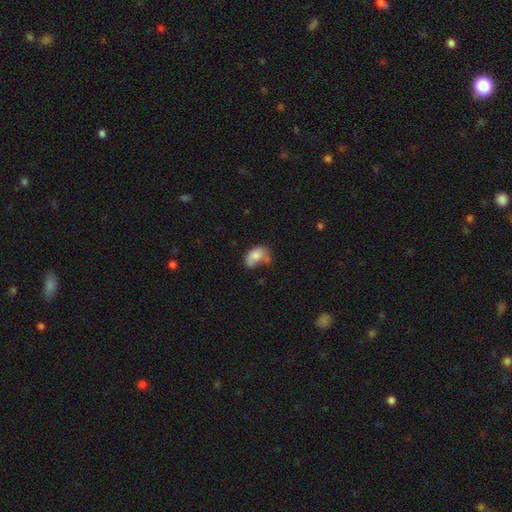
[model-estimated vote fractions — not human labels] smooth 73%, featured or disk 18%, star or artifact 8%. Down the decision tree: how rounded — in between (87%); merging — none (31%).